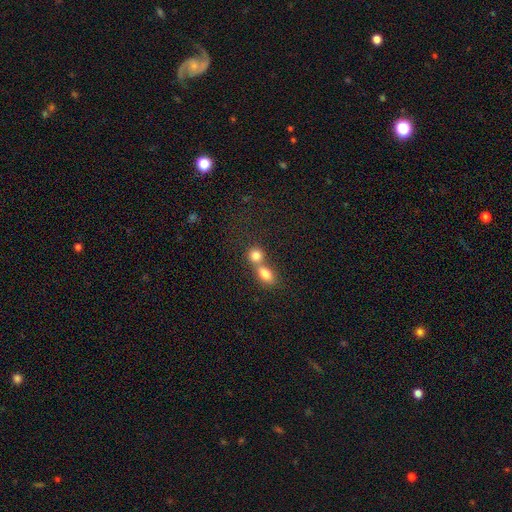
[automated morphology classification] Smooth or featured? Predicted: smooth (p=0.80). How rounded? Predicted: round (p=0.63). Merging? Predicted: merger (p=0.61).